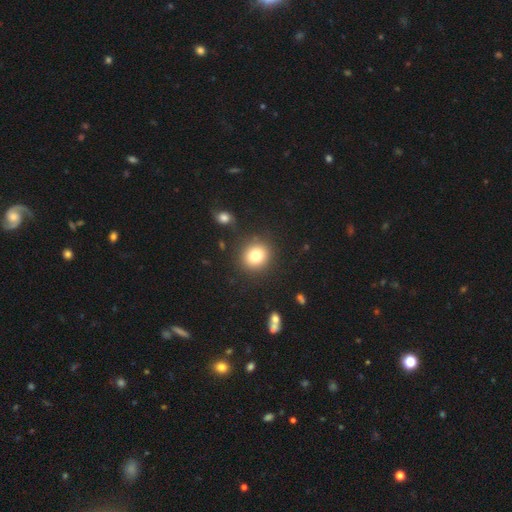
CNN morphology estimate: Smooth or featured? smooth (79%)
How rounded? round (83%)
Merging? none (87%)